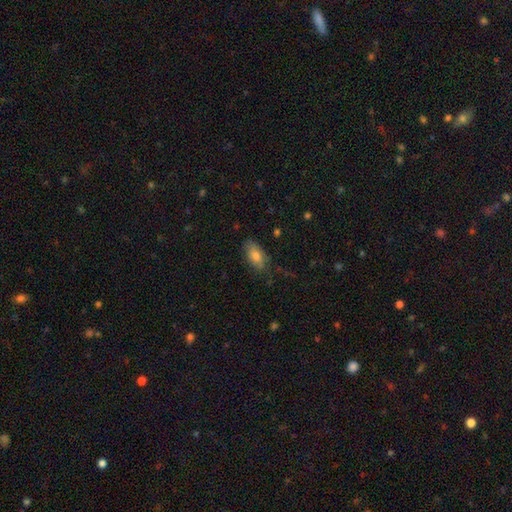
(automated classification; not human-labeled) Smooth or featured? Predicted: smooth (p=0.75). How rounded? Predicted: in between (p=0.86). Merging? Predicted: none (p=0.72).